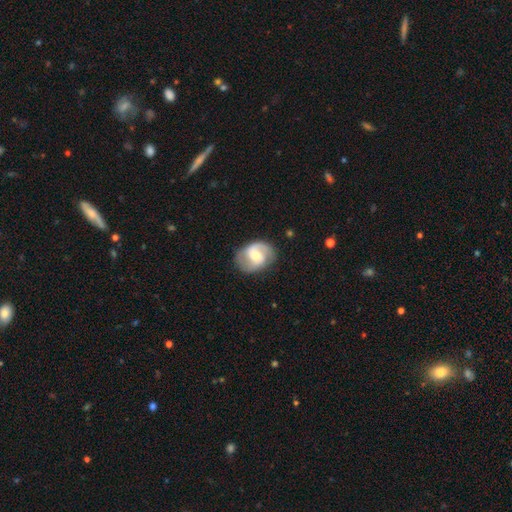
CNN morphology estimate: The model was most divided on "bar": weak: 48%, no: 36%, strong: 17%. More confident: edge-on disk — no (97%); spiral arms — yes (91%); spiral arm count — 2 (88%); merging — none (79%); smooth or featured — featured or disk (76%); bulge size — moderate (59%); spiral winding — medium (50%).